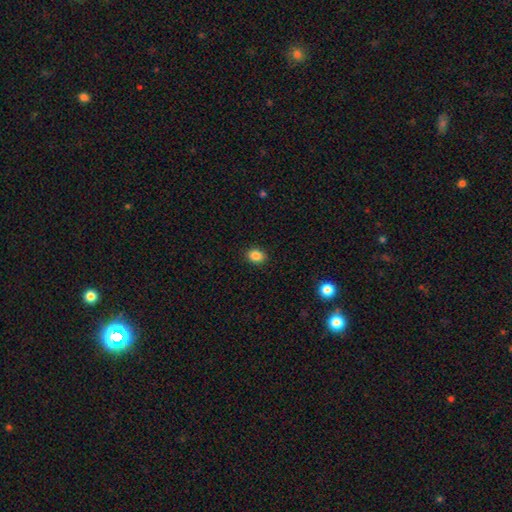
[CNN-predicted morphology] Overall: smooth (86%). How rounded: in between (59%; round 40%). Merging: none (90%).